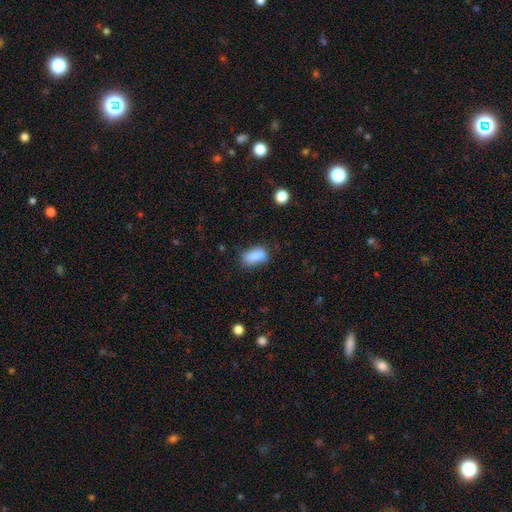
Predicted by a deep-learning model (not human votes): smooth 79%, featured or disk 11%, star or artifact 10%. Down the decision tree: how rounded — in between (83%); merging — none (44%).